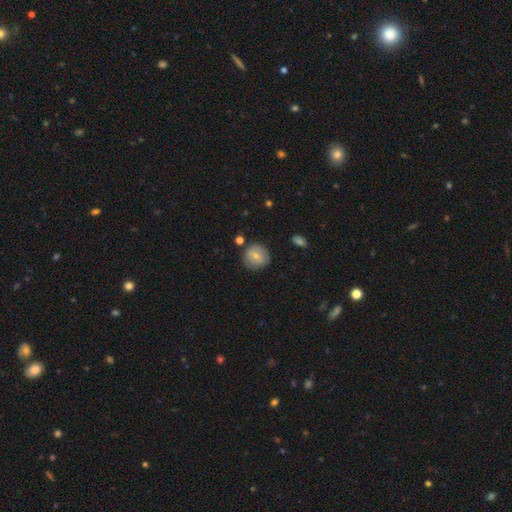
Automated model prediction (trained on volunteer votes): A smooth galaxy with no disk features (68%) that is round (87%).

Vote fractions:
- Smooth or featured? smooth: 68% / featured or disk: 23% / star or artifact: 8%
- How rounded? round: 87% / in between: 12% / cigar-shaped: 1%
- Merging? none: 76% / minor disturbance: 17% / major disturbance: 4% / merger: 3%